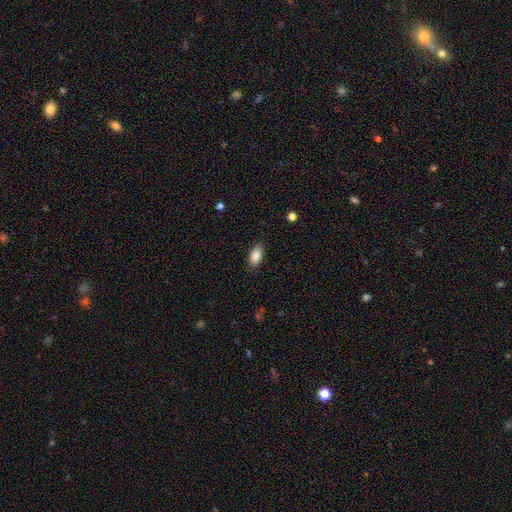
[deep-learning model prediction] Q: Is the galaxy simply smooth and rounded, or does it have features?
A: smooth — 87%.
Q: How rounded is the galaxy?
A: in between — 91%.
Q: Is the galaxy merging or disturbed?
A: none — 86%.